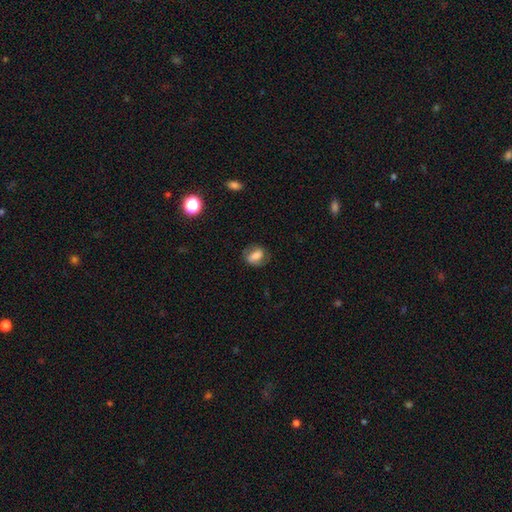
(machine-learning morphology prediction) Smooth or featured: smooth — 55% (featured or disk — 36%)
How rounded: in between — 73% (round — 24%)
Merging: none — 71% (minor disturbance — 19%)